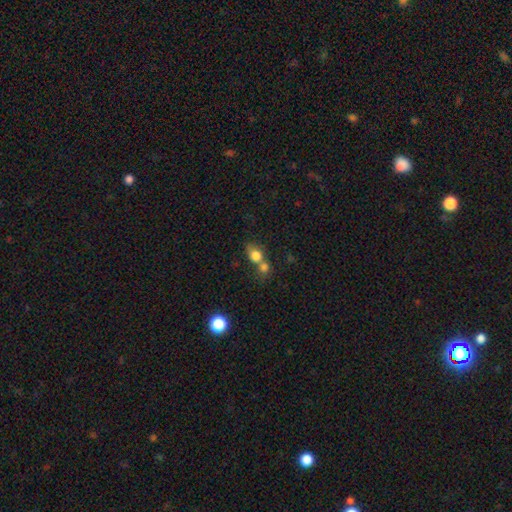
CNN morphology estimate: Smooth or featured? smooth (77%)
How rounded? round (61%)
Merging? merger (55%)